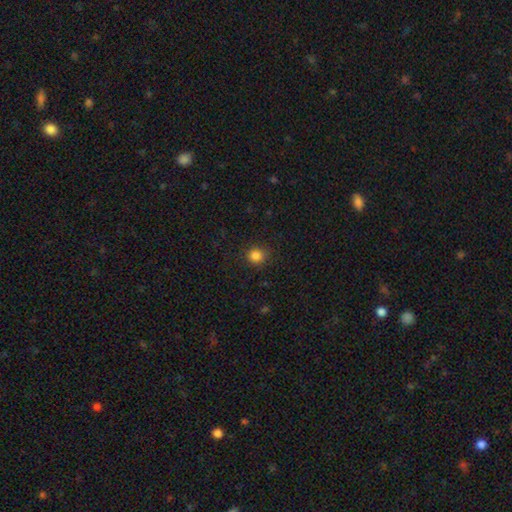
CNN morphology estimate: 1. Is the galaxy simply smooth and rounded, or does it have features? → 84% smooth, 12% star or artifact, 4% featured or disk.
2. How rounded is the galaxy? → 88% round, 12% in between, 1% cigar-shaped.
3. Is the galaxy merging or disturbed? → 86% none, 10% minor disturbance, 3% major disturbance, 1% merger.